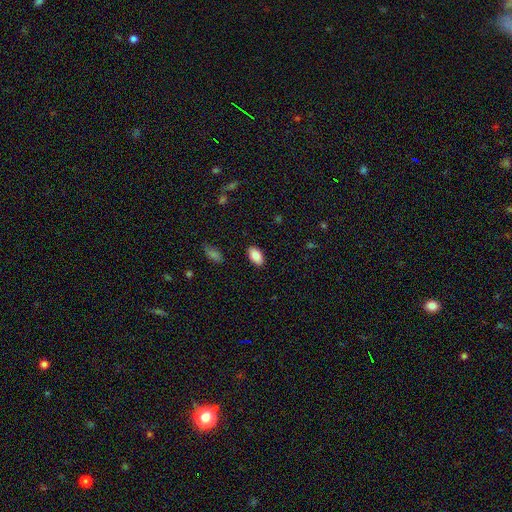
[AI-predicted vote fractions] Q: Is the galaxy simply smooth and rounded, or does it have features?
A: smooth — 88%.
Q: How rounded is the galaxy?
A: in between — 94%.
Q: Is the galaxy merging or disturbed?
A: none — 87%.